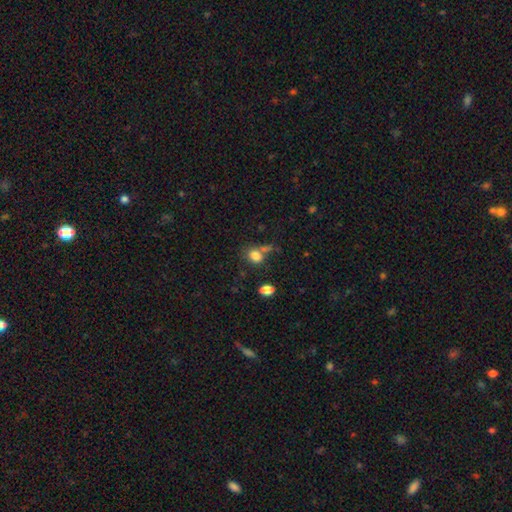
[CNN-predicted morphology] The model was most divided on "how rounded": in between: 50%, round: 48%, cigar-shaped: 1%. More confident: smooth or featured — smooth (81%); merging — none (54%).